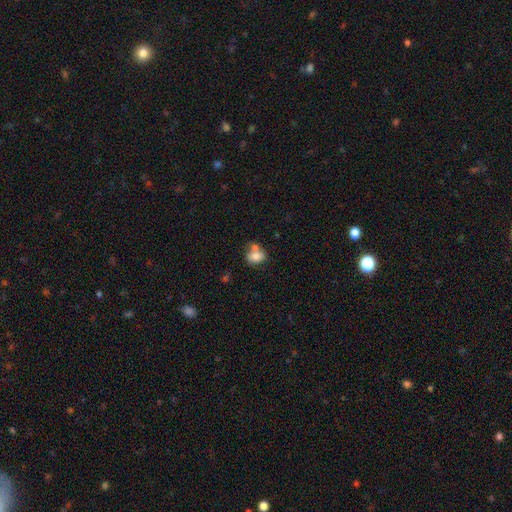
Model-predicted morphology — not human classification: smooth-or-featured: smooth: 73% | featured or disk: 17% | star or artifact: 9%
  how-rounded: in between: 54% | round: 45% | cigar-shaped: 1%
  merging: none: 41% | merger: 40% | minor disturbance: 14% | major disturbance: 5%